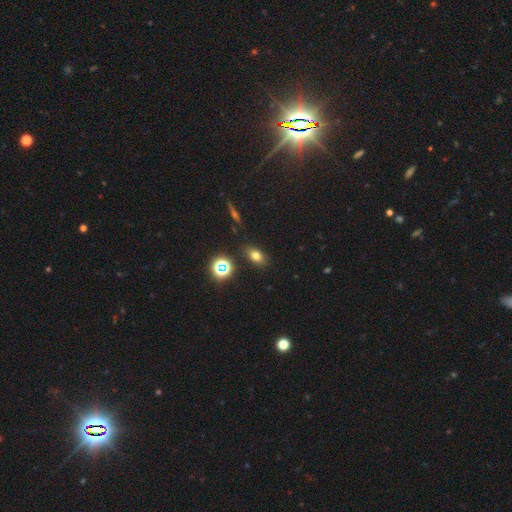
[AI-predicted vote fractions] Smooth or featured: smooth — 71% (star or artifact — 19%)
How rounded: in between — 75% (round — 21%)
Merging: none — 85% (minor disturbance — 10%)